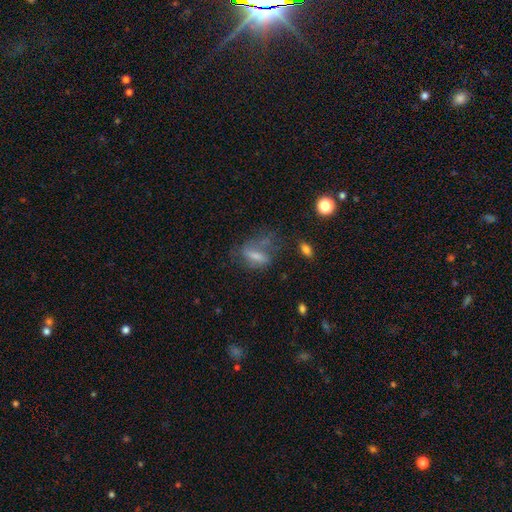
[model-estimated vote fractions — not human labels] Smooth or featured? Predicted: smooth (p=0.42, tied with featured or disk). Merging? Predicted: none (p=0.40).